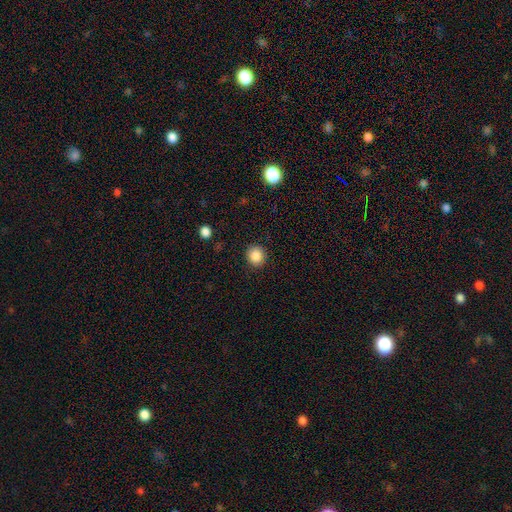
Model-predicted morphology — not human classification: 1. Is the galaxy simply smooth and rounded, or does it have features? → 87% smooth, 10% star or artifact, 3% featured or disk.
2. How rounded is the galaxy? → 84% round, 15% in between, 1% cigar-shaped.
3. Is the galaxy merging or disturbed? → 89% none, 7% minor disturbance, 2% major disturbance, 1% merger.